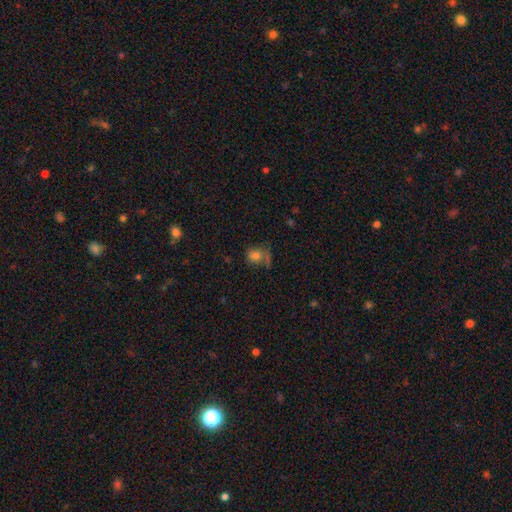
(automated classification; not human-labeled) Smooth or featured: smooth — 72% (star or artifact — 17%)
How rounded: round — 65% (in between — 33%)
Merging: none — 49% (minor disturbance — 21%)